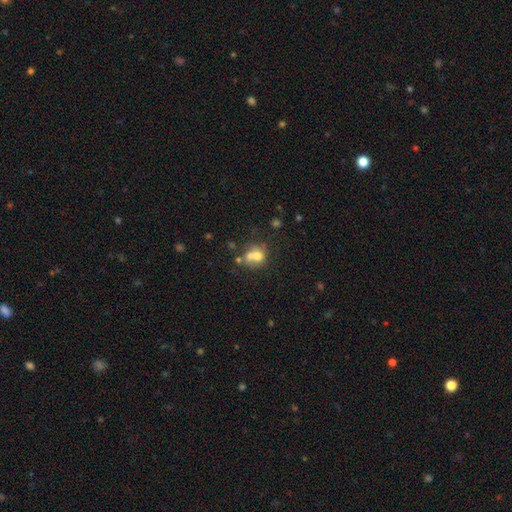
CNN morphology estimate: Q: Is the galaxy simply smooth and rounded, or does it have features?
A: smooth — 65%.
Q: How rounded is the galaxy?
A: round — 73%.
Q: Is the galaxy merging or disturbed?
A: merger — 50%.